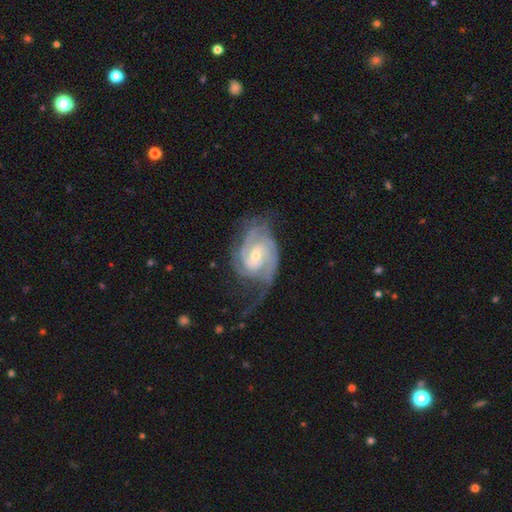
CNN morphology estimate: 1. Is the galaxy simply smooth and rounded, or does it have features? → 90% featured or disk, 5% smooth, 5% star or artifact.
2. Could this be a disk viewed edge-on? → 97% no, 3% yes.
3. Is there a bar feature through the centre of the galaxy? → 49% weak, 36% no, 15% strong.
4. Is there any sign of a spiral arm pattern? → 98% yes, 2% no.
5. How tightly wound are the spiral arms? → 57% tight, 35% medium, 8% loose.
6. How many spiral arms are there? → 46% 2, 24% 3, 15% can't tell, 6% 4, 5% 1, 4% more than 4.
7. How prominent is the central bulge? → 54% small, 42% moderate, 2% large, 2% none, 1% dominant.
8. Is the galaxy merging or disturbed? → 55% none, 22% minor disturbance, 21% major disturbance, 2% merger.